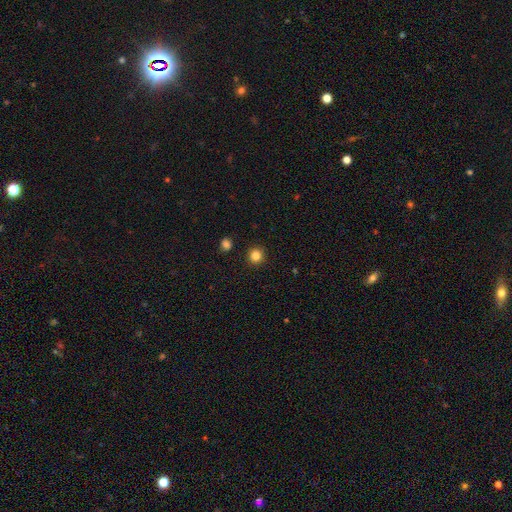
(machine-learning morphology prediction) Smooth or featured?
  - smooth: 83% *
  - star or artifact: 12%
  - featured or disk: 5%
How rounded?
  - round: 93% *
  - in between: 6%
  - cigar-shaped: 1%
Merging?
  - none: 92% *
  - minor disturbance: 5%
  - major disturbance: 2%
  - merger: 1%